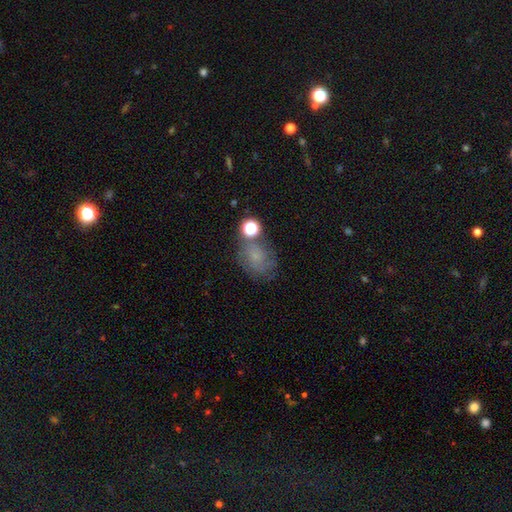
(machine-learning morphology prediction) Smooth or featured? smooth (52%)
How rounded? round (50%)
Merging? none (53%)